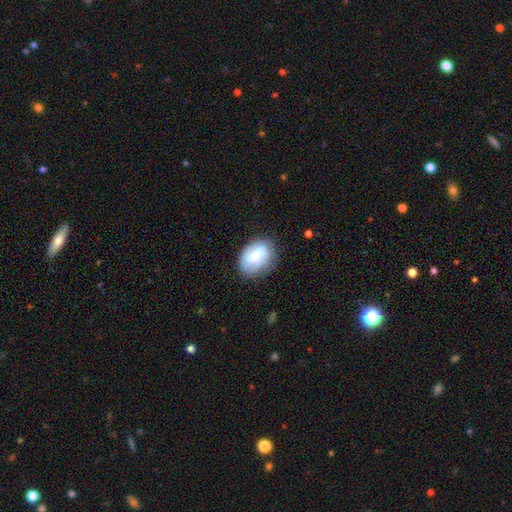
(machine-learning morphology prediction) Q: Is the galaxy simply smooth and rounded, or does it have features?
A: smooth — 62%.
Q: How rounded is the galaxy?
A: in between — 72%.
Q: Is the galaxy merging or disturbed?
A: none — 68%.